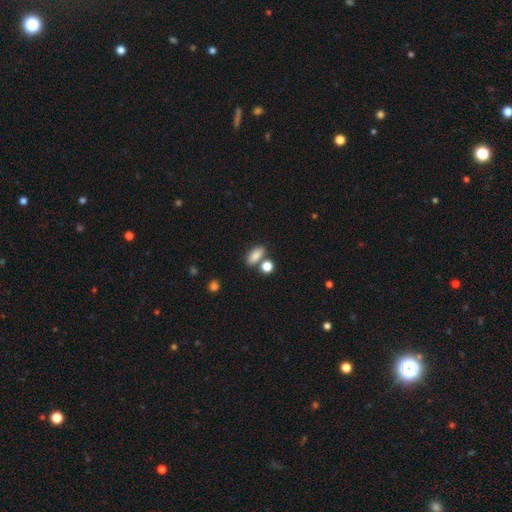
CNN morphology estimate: A smooth galaxy with no disk features (84%) that is in between round and cigar-shaped (81%).

Vote fractions:
- Smooth or featured? smooth: 84% / star or artifact: 10% / featured or disk: 7%
- How rounded? in between: 81% / round: 11% / cigar-shaped: 8%
- Merging? none: 64% / merger: 20% / minor disturbance: 12% / major disturbance: 4%